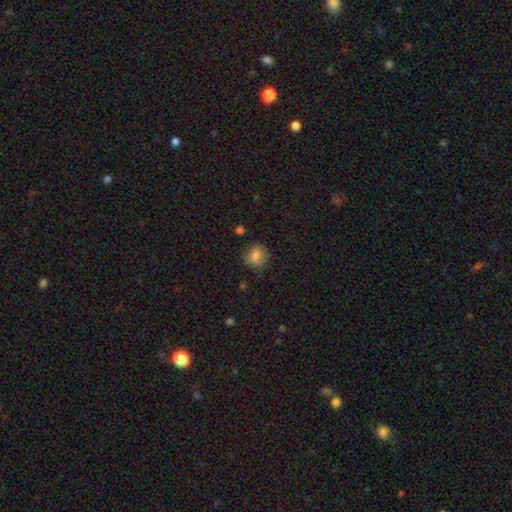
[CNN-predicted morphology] This is likely a smooth galaxy (78%). How rounded: clearly round (86%). Merging: likely none (79%).